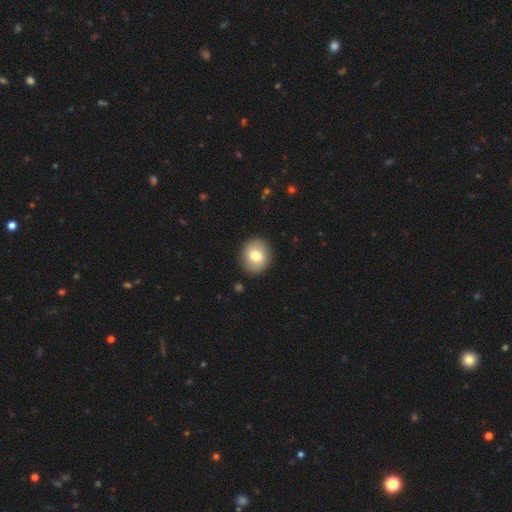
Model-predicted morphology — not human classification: This appears to be a smooth galaxy with no disk features (76%) that is round (79%). Merging: none (89%).